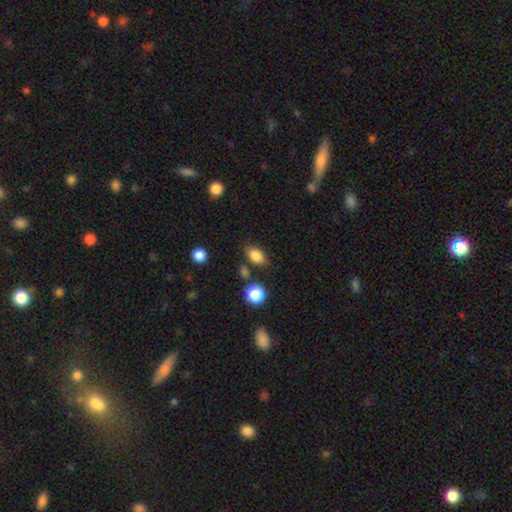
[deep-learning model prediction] A smooth galaxy with no disk features (84%) that is in between round and cigar-shaped (82%). Merging: none (76%).